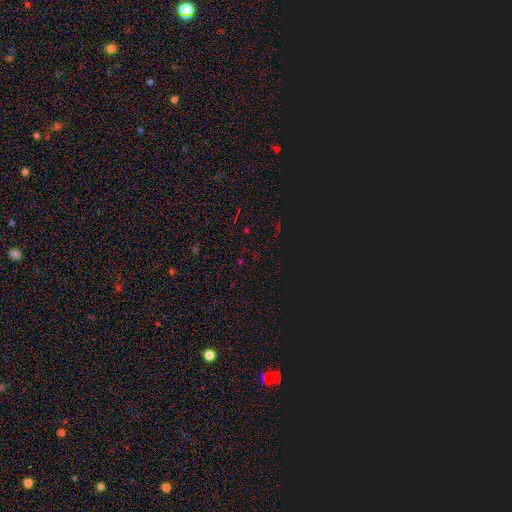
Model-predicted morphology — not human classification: smooth-or-featured: star or artifact: 76% | smooth: 17% | featured or disk: 7%